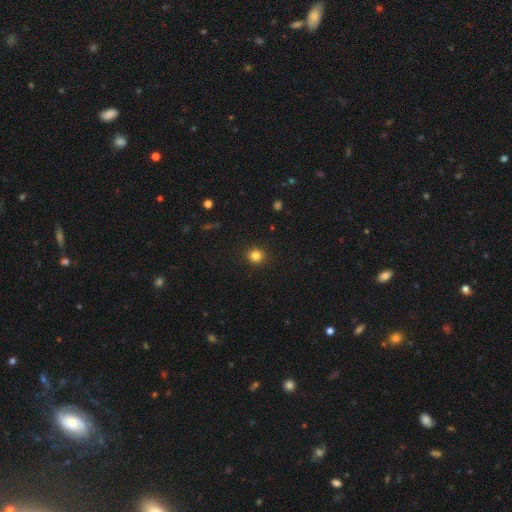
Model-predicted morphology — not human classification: A smooth galaxy with no disk features (83%) that is round (91%).

Vote fractions:
- Smooth or featured? smooth: 83% / star or artifact: 12% / featured or disk: 5%
- How rounded? round: 91% / in between: 8% / cigar-shaped: 1%
- Merging? none: 92% / minor disturbance: 5% / major disturbance: 2% / merger: 1%